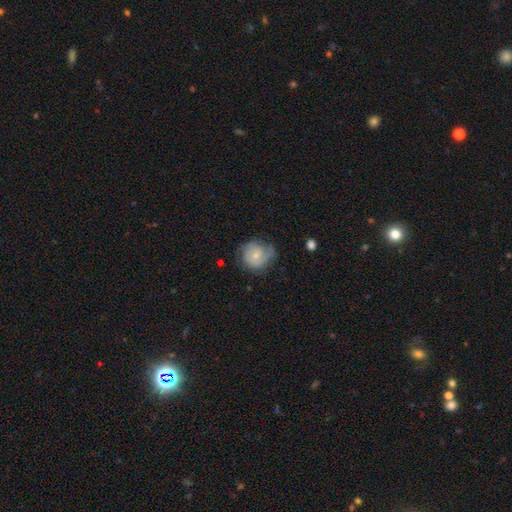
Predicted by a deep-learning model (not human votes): Smooth or featured? featured or disk (59%)
Edge-on disk? no (98%)
Bar? no (71%)
Spiral arms? yes (86%)
Bulge size? small (63%)
Merging? none (57%)